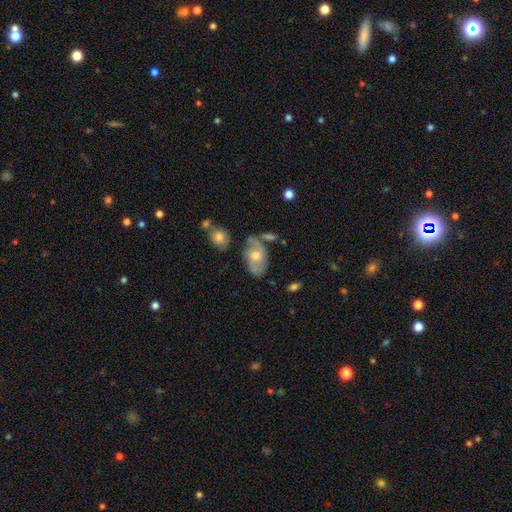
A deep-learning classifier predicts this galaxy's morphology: Overall: featured or disk (60%; smooth 31%). Edge-on disk: no (94%). Bar: no (74%). Spiral arms: yes (72%). Bulge size: moderate (63%; small 28%). Merging: none (54%; minor disturbance 23%).